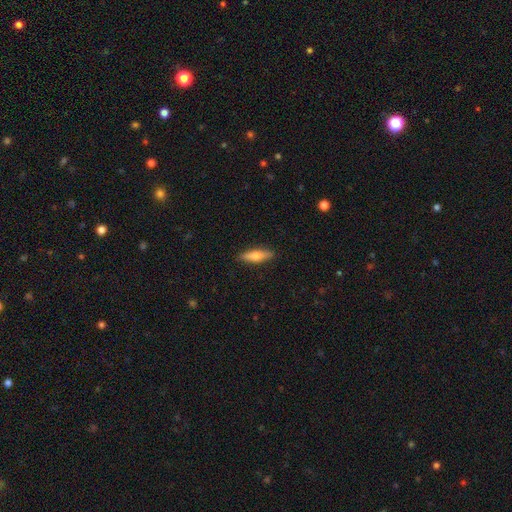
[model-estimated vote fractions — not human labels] This is possibly a smooth galaxy (58%). How rounded: likely cigar-shaped (66%). Merging: clearly none (89%).